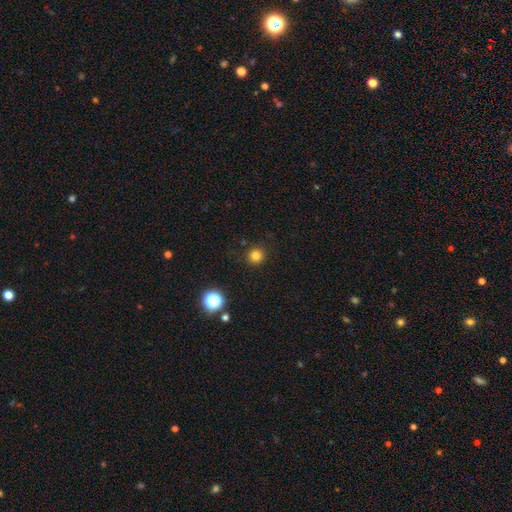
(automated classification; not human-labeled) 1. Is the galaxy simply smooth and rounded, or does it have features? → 80% smooth, 15% star or artifact, 5% featured or disk.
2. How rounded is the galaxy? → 94% round, 5% in between, 1% cigar-shaped.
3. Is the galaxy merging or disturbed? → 90% none, 6% minor disturbance, 2% major disturbance, 2% merger.